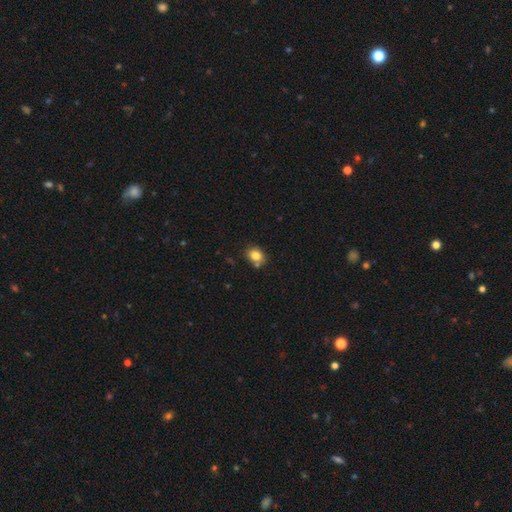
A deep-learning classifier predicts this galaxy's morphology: Smooth or featured? smooth (82%)
How rounded? round (57%)
Merging? none (71%)